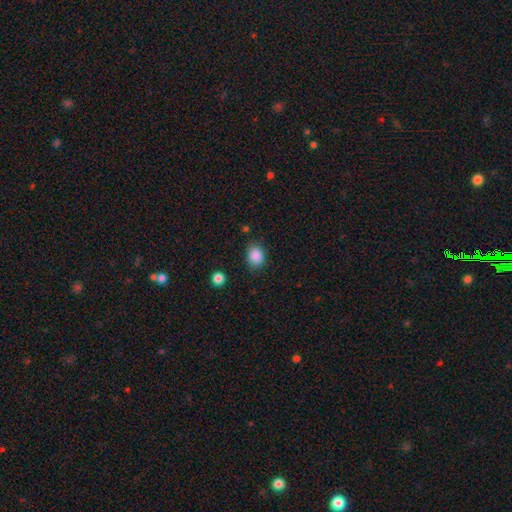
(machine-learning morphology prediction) Overall: smooth (87%). How rounded: round (51%; in between 48%). Merging: none (80%).